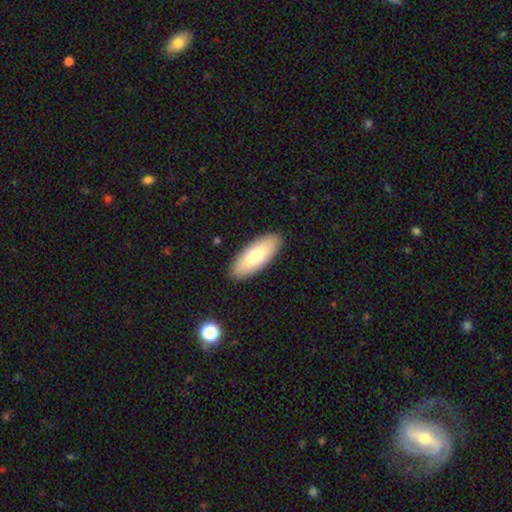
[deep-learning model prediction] Overall: smooth (75%). How rounded: in between (78%). Merging: none (89%).